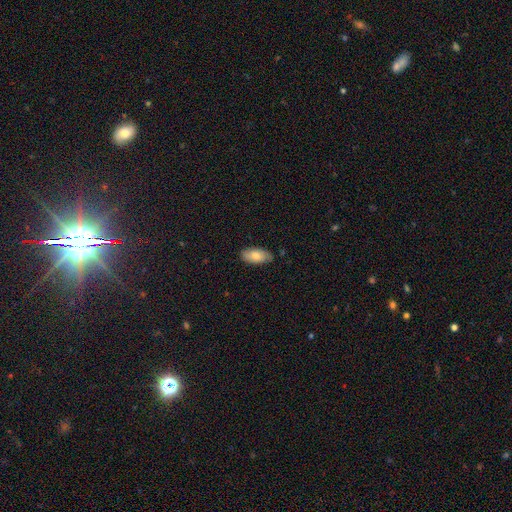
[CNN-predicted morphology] type=smooth (77%); roundness=in between (93%); merging=none (82%).